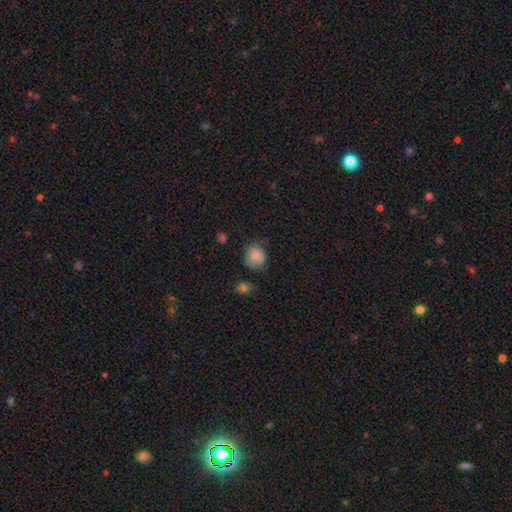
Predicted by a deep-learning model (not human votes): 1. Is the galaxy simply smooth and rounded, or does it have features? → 81% smooth, 9% featured or disk, 9% star or artifact.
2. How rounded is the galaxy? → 73% round, 26% in between, 1% cigar-shaped.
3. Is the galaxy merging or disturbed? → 59% none, 30% minor disturbance, 8% major disturbance, 3% merger.